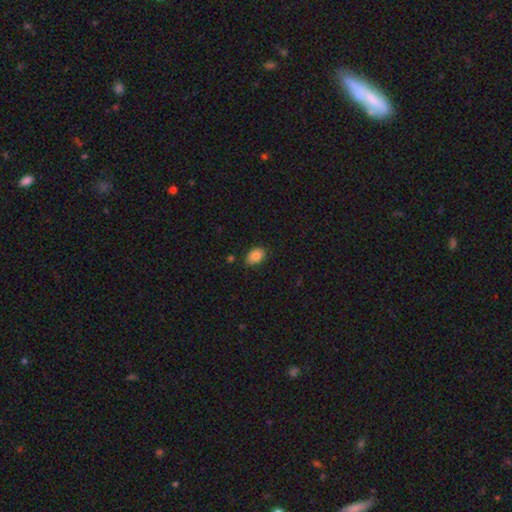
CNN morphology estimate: A smooth galaxy with no disk features (84%) that is in between round and cigar-shaped (79%).

Vote fractions:
- Smooth or featured? smooth: 84% / star or artifact: 9% / featured or disk: 7%
- How rounded? in between: 79% / round: 20% / cigar-shaped: 1%
- Merging? none: 73% / minor disturbance: 22% / major disturbance: 3% / merger: 2%